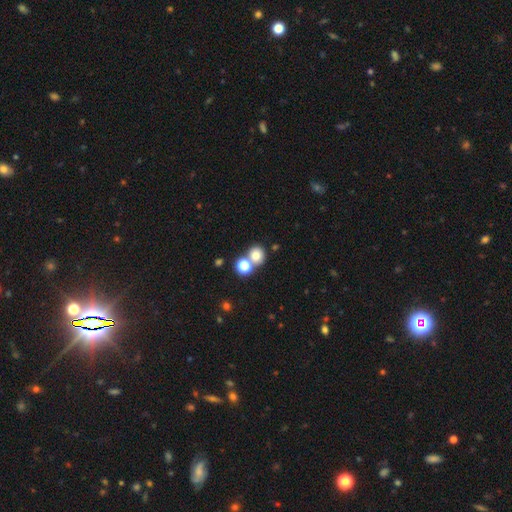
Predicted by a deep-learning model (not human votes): smooth-or-featured: smooth: 76% | star or artifact: 15% | featured or disk: 9%
  how-rounded: round: 81% | in between: 18% | cigar-shaped: 1%
  merging: none: 55% | merger: 34% | minor disturbance: 8% | major disturbance: 3%